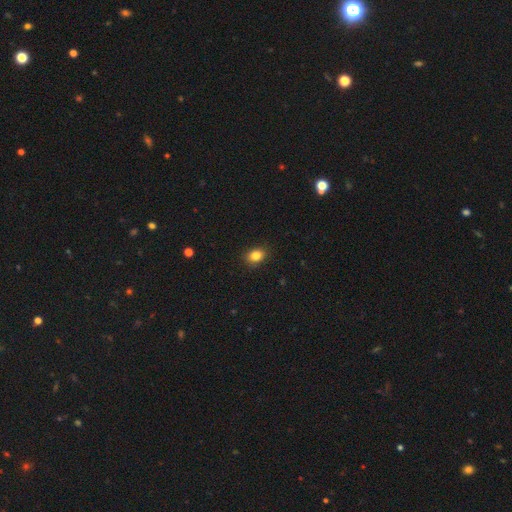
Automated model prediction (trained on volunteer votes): Overall: smooth (84%). How rounded: in between (58%; round 41%). Merging: none (87%).